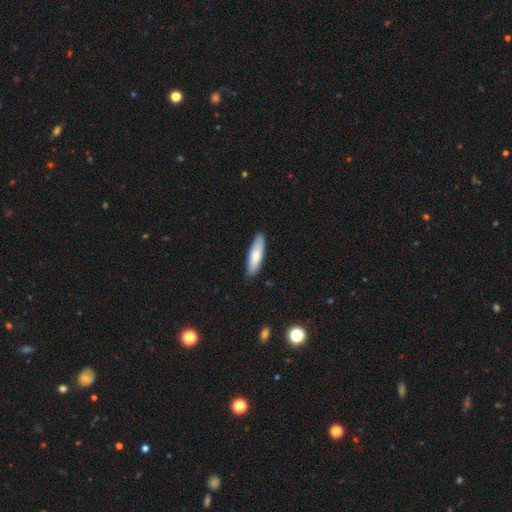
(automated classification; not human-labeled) This is likely a smooth galaxy (79%). How rounded: likely cigar-shaped (63%). Merging: clearly none (86%).